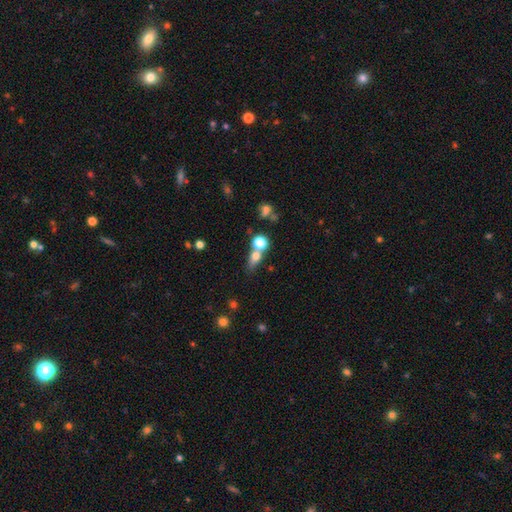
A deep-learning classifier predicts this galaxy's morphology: smooth 72%, star or artifact 14%, featured or disk 14%. Down the decision tree: how rounded — in between (51%); merging — none (45%).